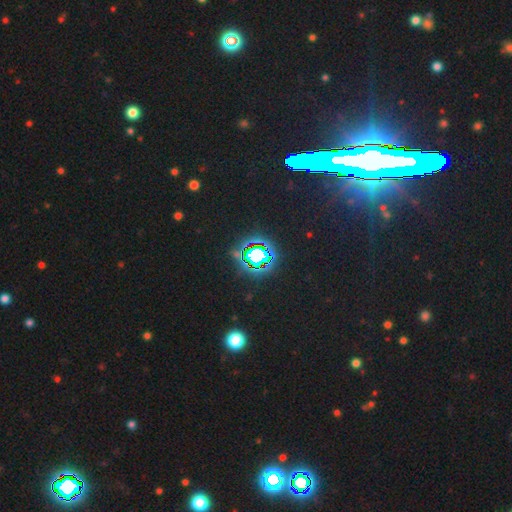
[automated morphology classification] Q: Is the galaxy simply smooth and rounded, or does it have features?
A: star or artifact — 76%.